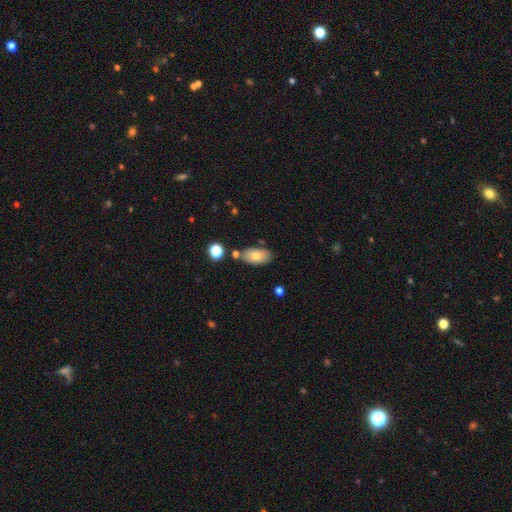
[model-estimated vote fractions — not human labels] This is likely a smooth galaxy (77%). How rounded: clearly in between (93%). Merging: likely none (77%).